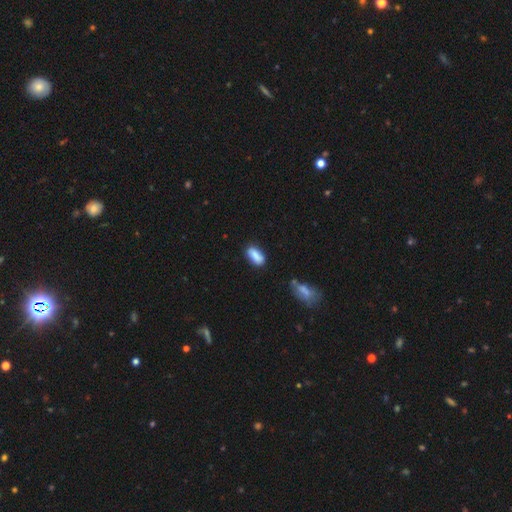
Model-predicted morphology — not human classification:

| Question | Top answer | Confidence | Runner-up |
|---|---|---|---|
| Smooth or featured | smooth | 84% | featured or disk (9%) |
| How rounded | in between | 81% | cigar-shaped (16%) |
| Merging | none | 76% | minor disturbance (16%) |